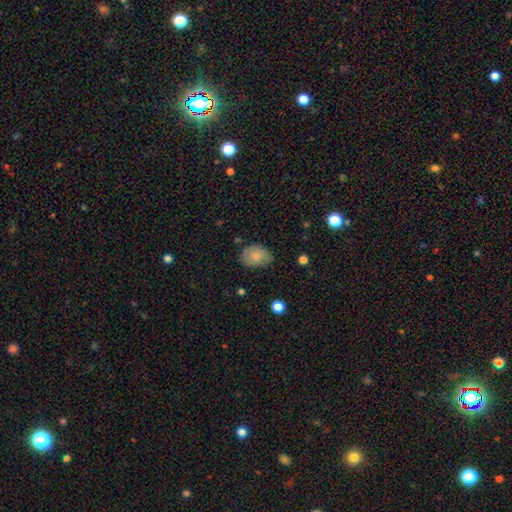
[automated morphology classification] smooth 76%, featured or disk 17%, star or artifact 7%. Down the decision tree: how rounded — in between (71%); merging — none (72%).